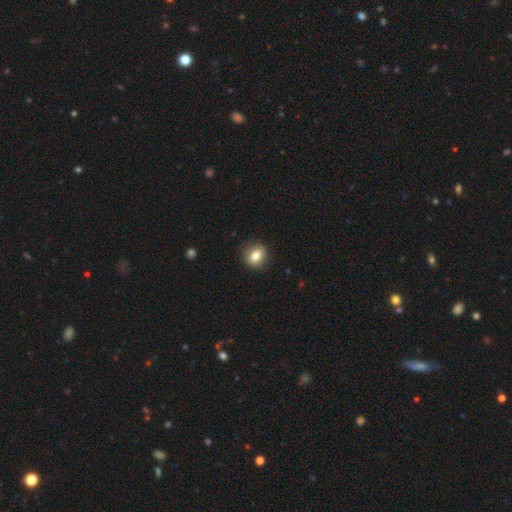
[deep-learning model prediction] Smooth or featured?
  - smooth: 78% *
  - featured or disk: 12%
  - star or artifact: 9%
How rounded?
  - round: 80% *
  - in between: 19%
  - cigar-shaped: 1%
Merging?
  - none: 87% *
  - minor disturbance: 9%
  - major disturbance: 2%
  - merger: 1%